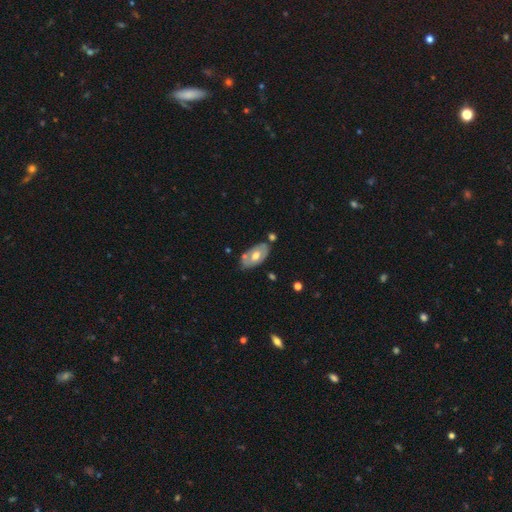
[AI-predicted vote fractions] Smooth or featured?
  - featured or disk: 52% *
  - smooth: 43%
  - star or artifact: 5%
Edge-on disk?
  - no: 86% *
  - yes: 14%
Merging?
  - none: 66% *
  - minor disturbance: 19%
  - merger: 11%
  - major disturbance: 5%